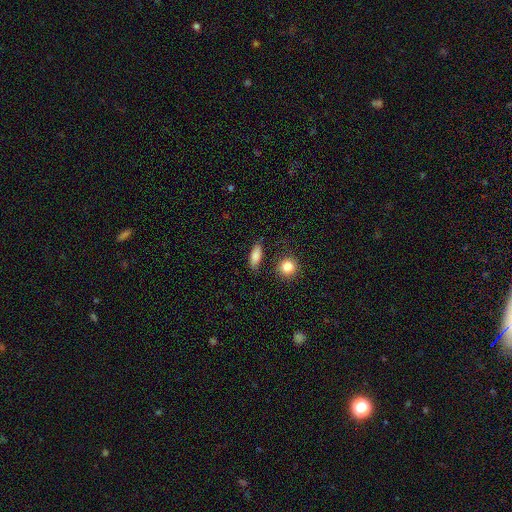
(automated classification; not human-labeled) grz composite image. It shows a smooth galaxy with no disk features (85%) that is in between round and cigar-shaped (72%). Merging: none (79%).